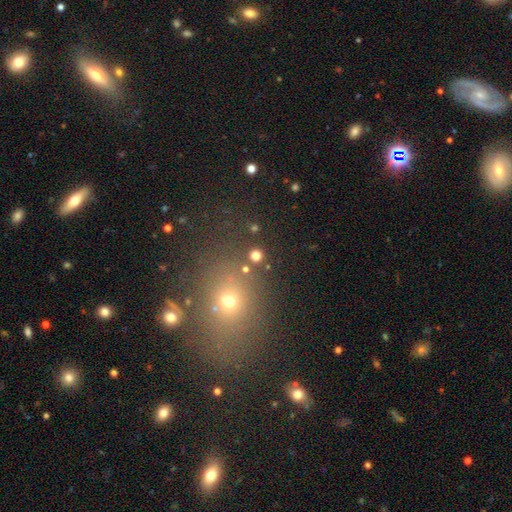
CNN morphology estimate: Q: Smooth or featured?
A: smooth (74%); runner-up: star or artifact (19%)
Q: How rounded?
A: round (90%); runner-up: in between (9%)
Q: Merging?
A: none (84%); runner-up: merger (7%)